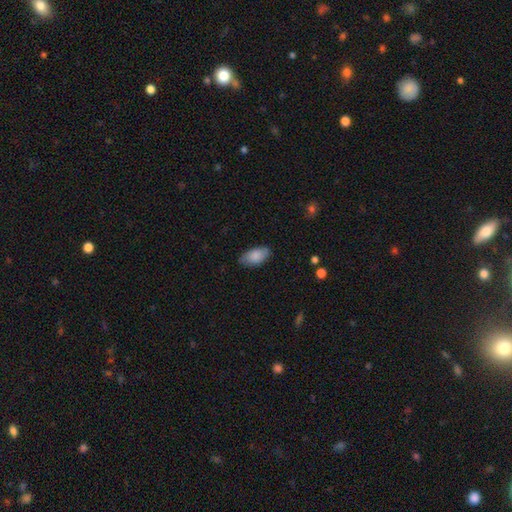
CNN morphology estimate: A smooth galaxy with no disk features (83%) that is in between round and cigar-shaped (94%).

Vote fractions:
- Smooth or featured? smooth: 83% / featured or disk: 11% / star or artifact: 6%
- How rounded? in between: 94% / cigar-shaped: 3% / round: 3%
- Merging? none: 81% / minor disturbance: 15% / major disturbance: 3% / merger: 1%